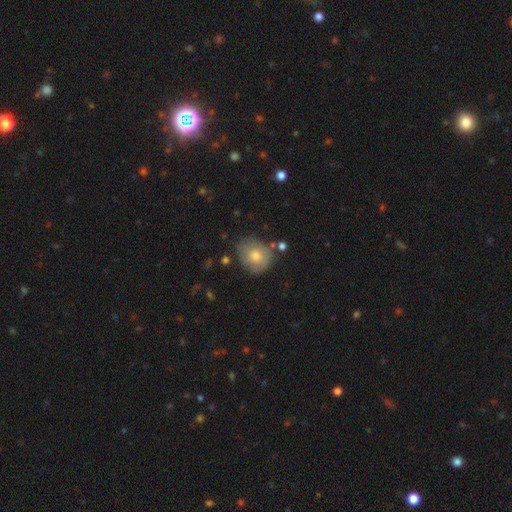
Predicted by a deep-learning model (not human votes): Q: Smooth or featured?
A: smooth (62%); runner-up: featured or disk (27%)
Q: How rounded?
A: round (72%); runner-up: in between (27%)
Q: Merging?
A: none (71%); runner-up: minor disturbance (20%)